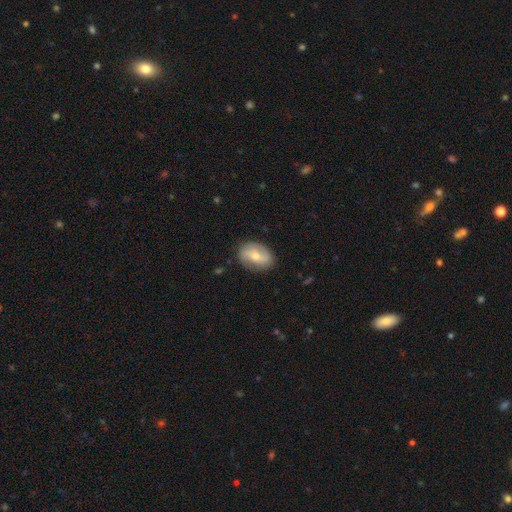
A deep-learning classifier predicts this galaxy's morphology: Smooth or featured? Predicted: featured or disk (p=0.58). Edge-on disk? Predicted: no (p=0.95). Bar? Predicted: no (p=0.50). Spiral arms? Predicted: yes (p=0.83). Bulge size? Predicted: moderate (p=0.50). Merging? Predicted: none (p=0.80).